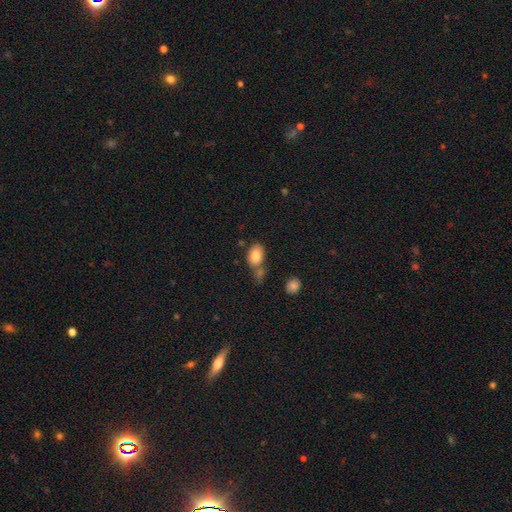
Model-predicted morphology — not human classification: type=smooth (82%); roundness=in between (86%); merging=none (51%).